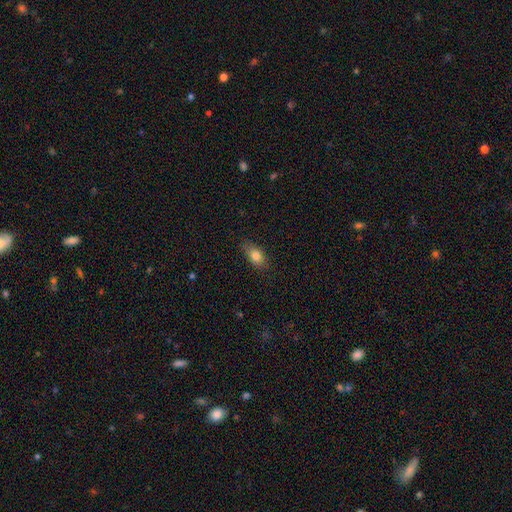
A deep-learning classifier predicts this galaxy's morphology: smooth 81%, featured or disk 10%, star or artifact 9%. Down the decision tree: how rounded — in between (82%); merging — none (80%).